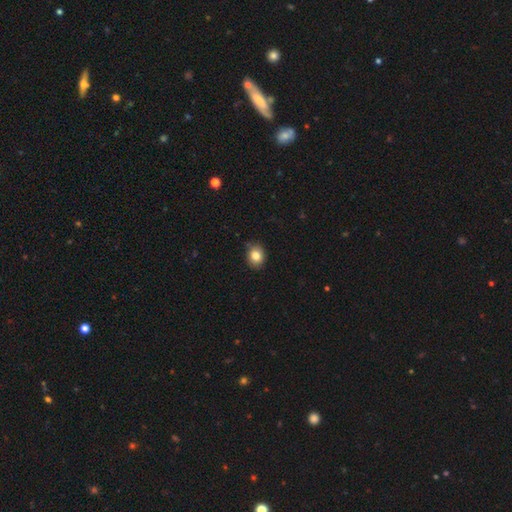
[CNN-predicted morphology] Overall: smooth (82%). How rounded: round (55%; in between 44%). Merging: none (86%).